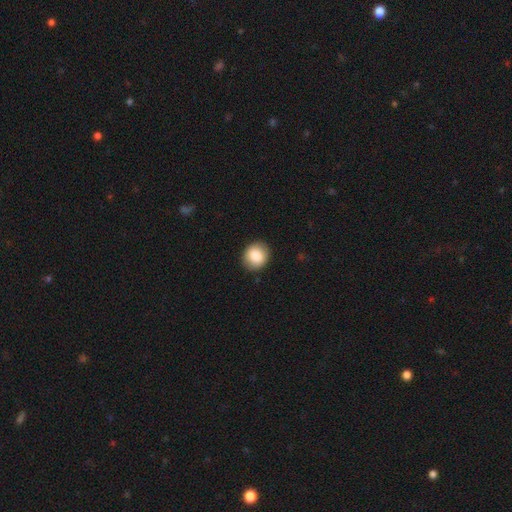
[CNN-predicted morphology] A smooth galaxy with no disk features (84%) that is round (79%). Merging: none (89%).